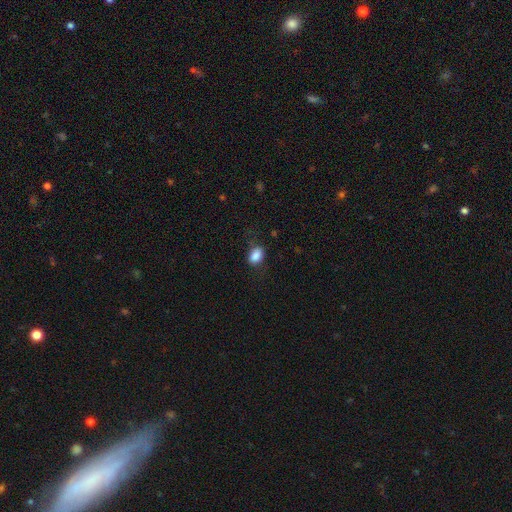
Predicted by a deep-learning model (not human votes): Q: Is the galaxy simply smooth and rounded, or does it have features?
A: smooth — 86%.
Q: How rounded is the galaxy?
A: in between — 79%.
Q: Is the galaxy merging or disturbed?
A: none — 70%.